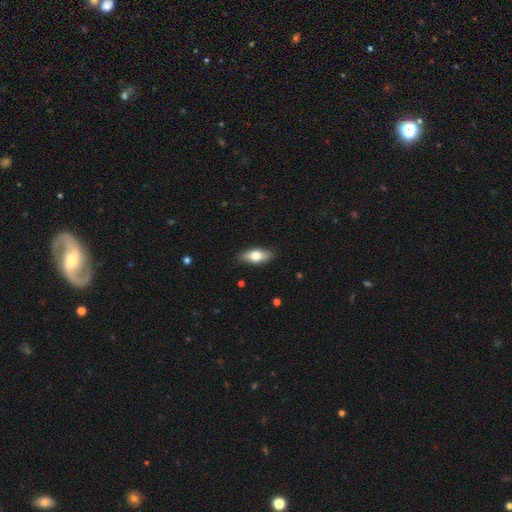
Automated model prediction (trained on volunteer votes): This is likely a smooth galaxy (68%). How rounded: likely in between (77%). Merging: clearly none (87%).